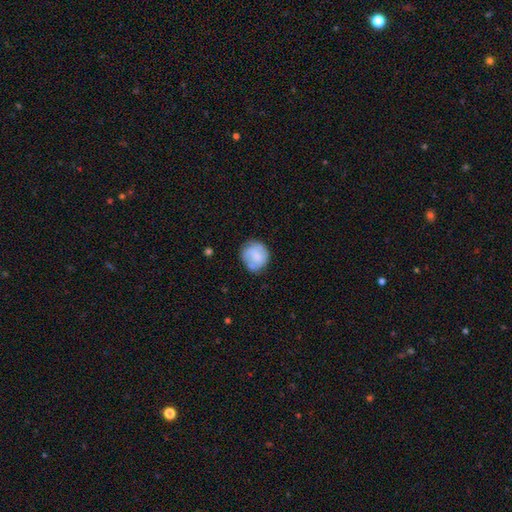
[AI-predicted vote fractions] The model was most divided on "smooth or featured": smooth: 65%, featured or disk: 28%, star or artifact: 7%. More confident: how rounded — round (81%); merging — none (63%).